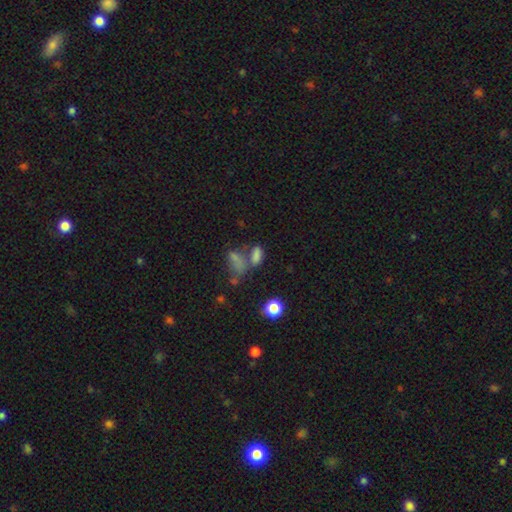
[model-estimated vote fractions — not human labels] Overall: smooth (68%). How rounded: in between (77%). Merging: merger (44%; none 34%).